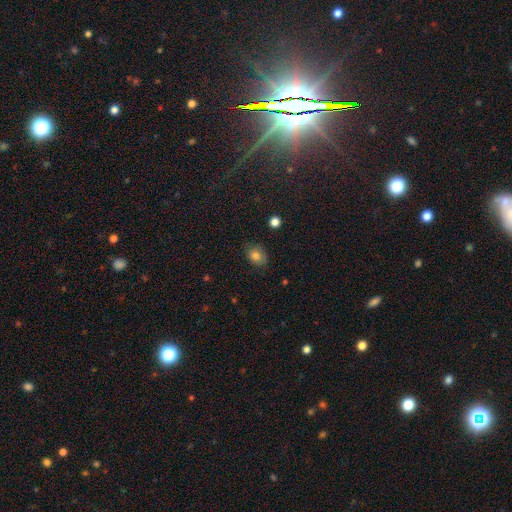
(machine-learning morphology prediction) Smooth or featured? smooth (81%)
How rounded? in between (57%)
Merging? none (79%)